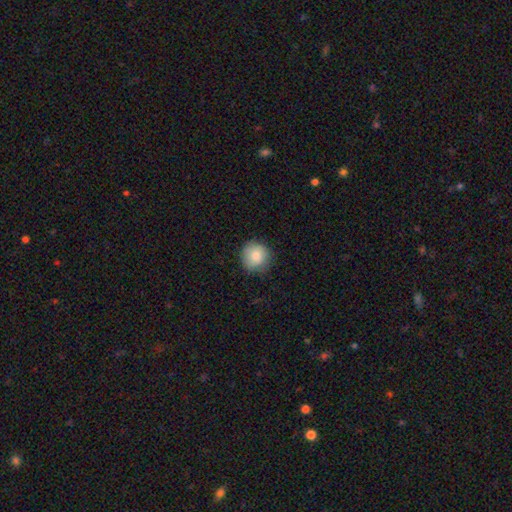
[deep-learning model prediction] A smooth galaxy with no disk features (80%) that is round (92%).

Vote fractions:
- Smooth or featured? smooth: 80% / featured or disk: 12% / star or artifact: 8%
- How rounded? round: 92% / in between: 7% / cigar-shaped: 1%
- Merging? none: 80% / minor disturbance: 16% / major disturbance: 3% / merger: 1%